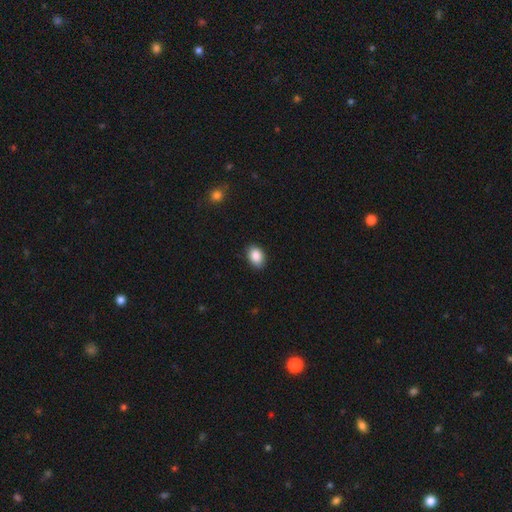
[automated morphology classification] Smooth or featured? smooth (88%)
How rounded? in between (81%)
Merging? none (88%)